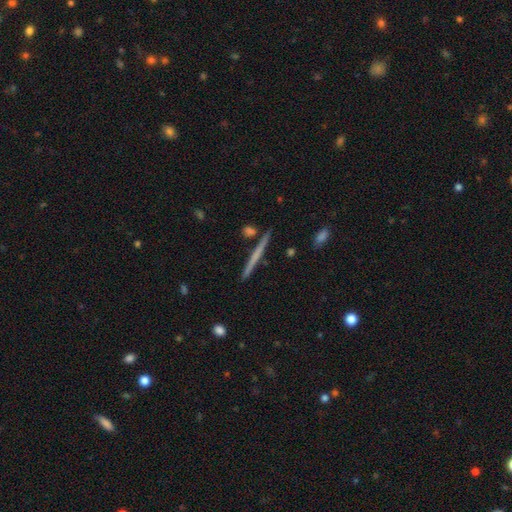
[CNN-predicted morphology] type=featured or disk (53%); edge-on=yes (98%); edge-on bulge=none (82%); merging=none (89%).